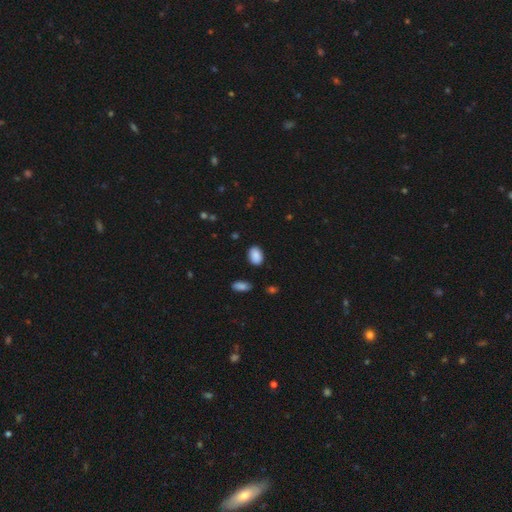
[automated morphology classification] A smooth galaxy with no disk features (89%) that is in between round and cigar-shaped (86%). Merging: none (86%).